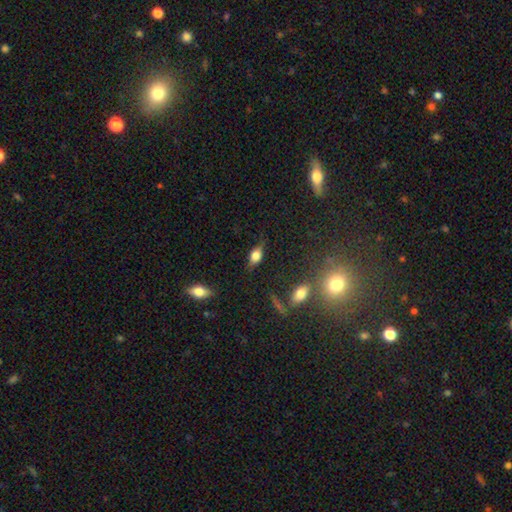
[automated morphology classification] A smooth galaxy with no disk features (60%) that is in between round and cigar-shaped (77%). Merging: none (72%).